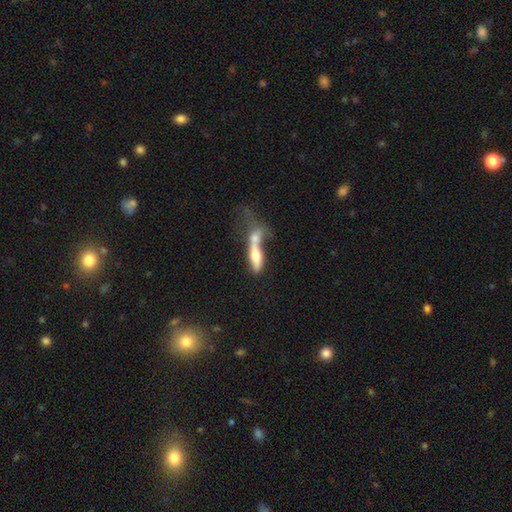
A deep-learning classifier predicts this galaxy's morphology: The model was most divided on "how rounded": cigar-shaped: 53%, in between: 44%, round: 4%. More confident: merging — merger (65%); smooth or featured — smooth (56%).